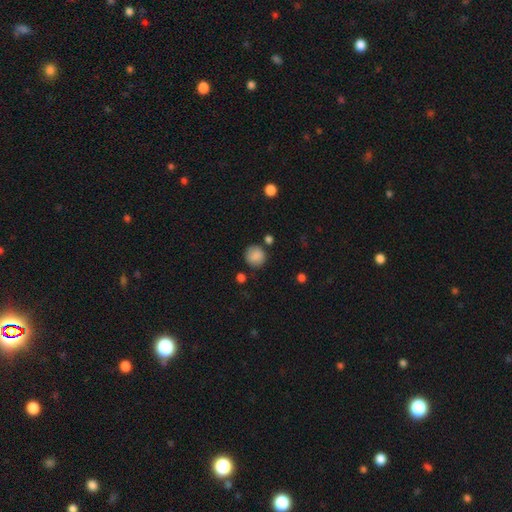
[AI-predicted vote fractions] Morphology: type=smooth (86%); roundness=round (90%); merging=none (81%).